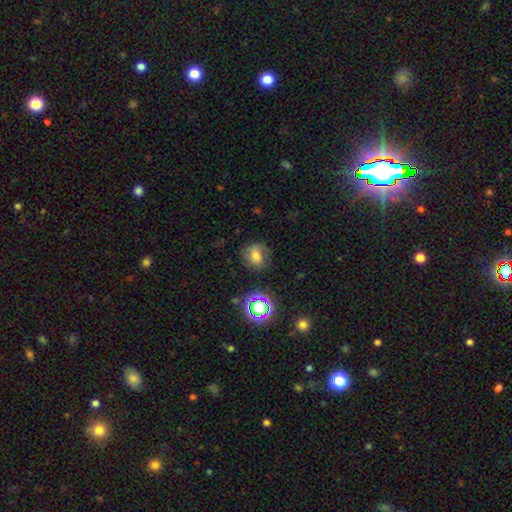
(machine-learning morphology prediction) A smooth galaxy with no disk features (62%) that is round (65%). Merging: none (72%).